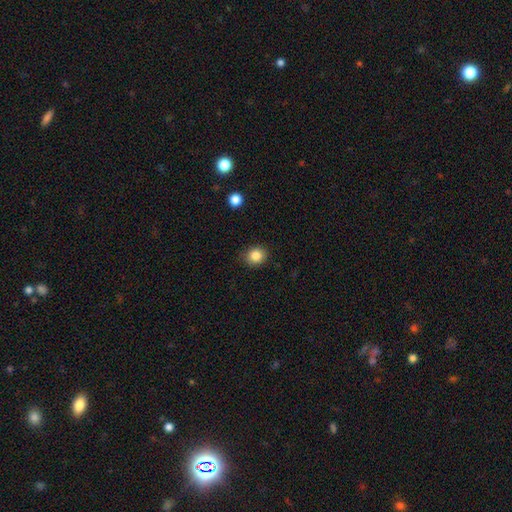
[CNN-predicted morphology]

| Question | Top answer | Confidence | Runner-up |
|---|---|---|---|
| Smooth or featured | smooth | 85% | star or artifact (10%) |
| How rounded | round | 73% | in between (26%) |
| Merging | none | 86% | minor disturbance (10%) |